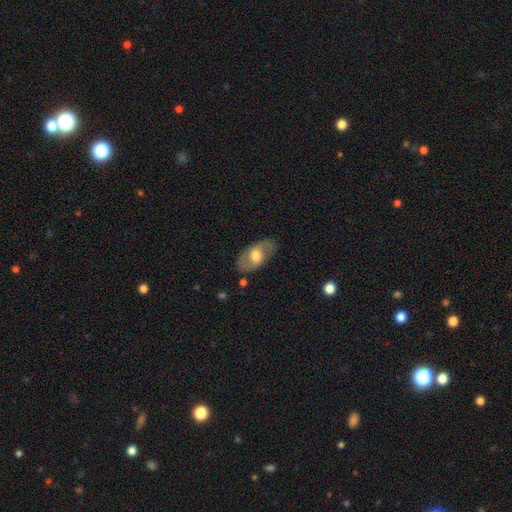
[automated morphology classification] type=featured or disk (55%); edge-on=no (89%); merging=none (79%).